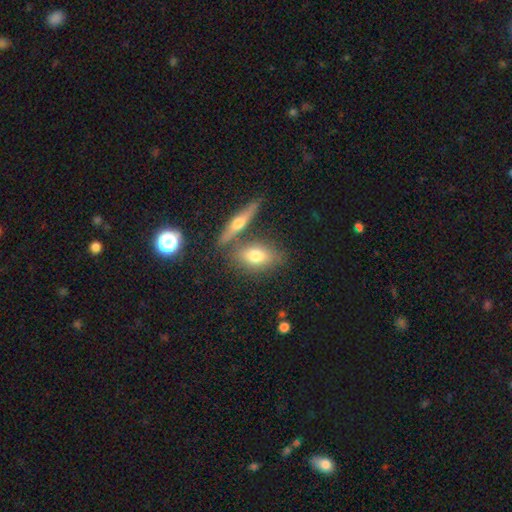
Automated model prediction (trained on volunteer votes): smooth 66%, featured or disk 25%, star or artifact 9%. Down the decision tree: how rounded — in between (72%); merging — none (66%).